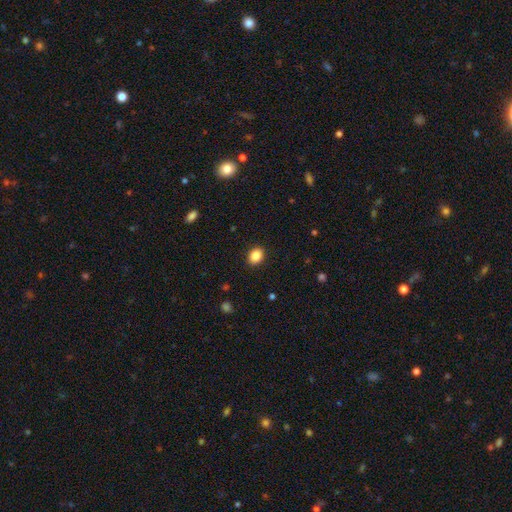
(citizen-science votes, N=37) This is clearly a smooth galaxy (95%). How rounded: likely in between (66%). Merging: clearly none (92%).